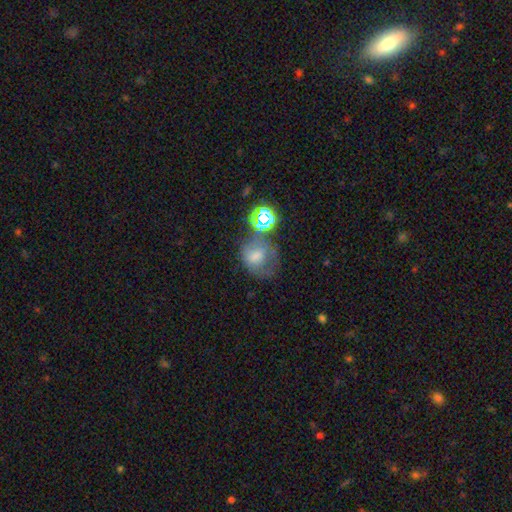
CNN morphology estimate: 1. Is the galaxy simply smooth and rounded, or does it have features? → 49% smooth, 27% featured or disk, 24% star or artifact.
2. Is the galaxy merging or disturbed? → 43% none, 22% minor disturbance, 20% major disturbance, 14% merger.